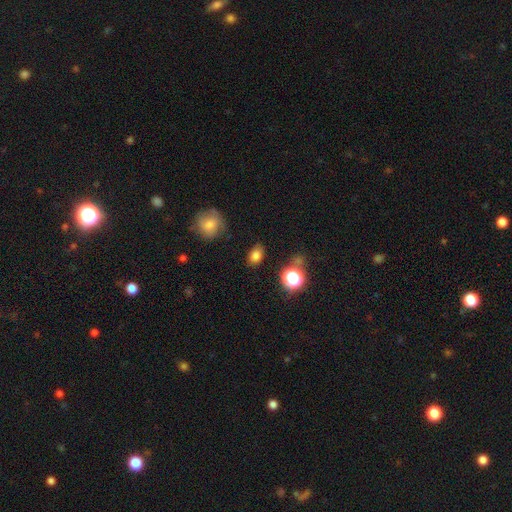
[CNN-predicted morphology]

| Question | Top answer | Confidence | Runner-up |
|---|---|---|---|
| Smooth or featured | smooth | 80% | star or artifact (14%) |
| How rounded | in between | 73% | round (25%) |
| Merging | none | 80% | minor disturbance (14%) |